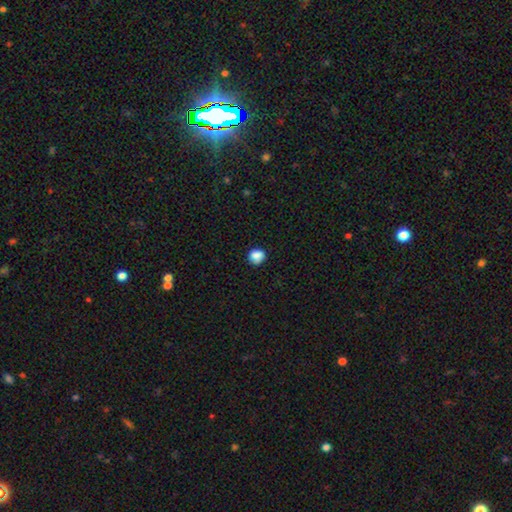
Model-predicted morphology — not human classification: This appears to be a smooth galaxy with no disk features (84%) that is round (74%). Merging: none (74%).